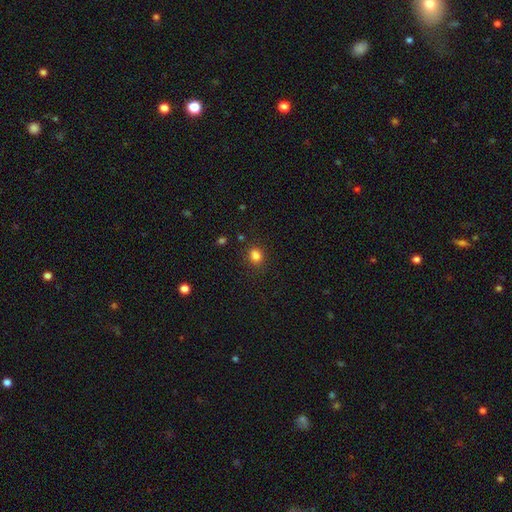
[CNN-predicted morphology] Overall: smooth (82%). How rounded: round (66%; in between 33%). Merging: none (80%).